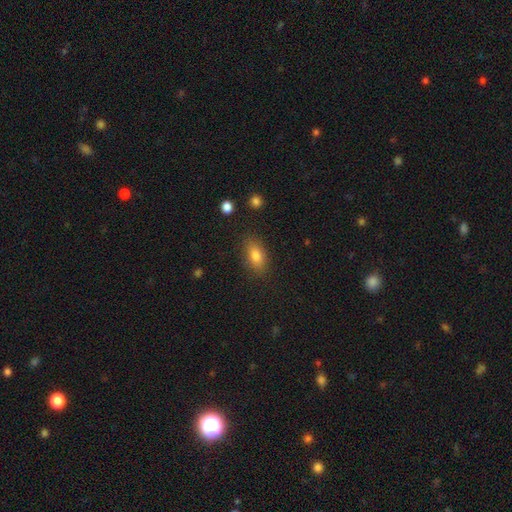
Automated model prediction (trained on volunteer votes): This is likely a smooth galaxy (80%). How rounded: clearly in between (84%). Merging: clearly none (85%).